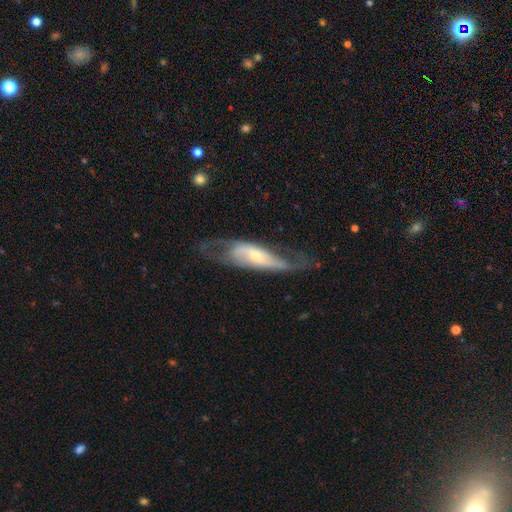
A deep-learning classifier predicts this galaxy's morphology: smooth_or_featured: featured or disk (p=0.72) [alt: smooth p=0.22]
disk_edge_on: no (p=0.79) [alt: yes p=0.21]
bar: no (p=0.45) [alt: weak p=0.33]
has_spiral_arms: yes (p=0.84) [alt: no p=0.16]
bulge_size: small (p=0.58) [alt: moderate p=0.35]
merging: none (p=0.51) [alt: minor disturbance p=0.24]